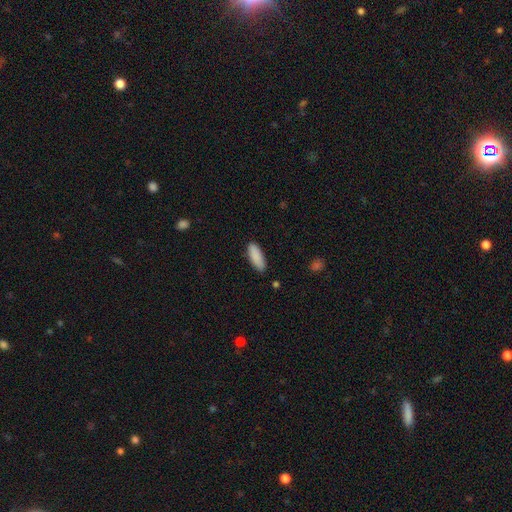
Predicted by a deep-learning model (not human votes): Smooth or featured?
  - smooth: 89% *
  - star or artifact: 6%
  - featured or disk: 5%
How rounded?
  - in between: 68% *
  - cigar-shaped: 30%
  - round: 2%
Merging?
  - none: 85% *
  - minor disturbance: 11%
  - major disturbance: 2%
  - merger: 1%